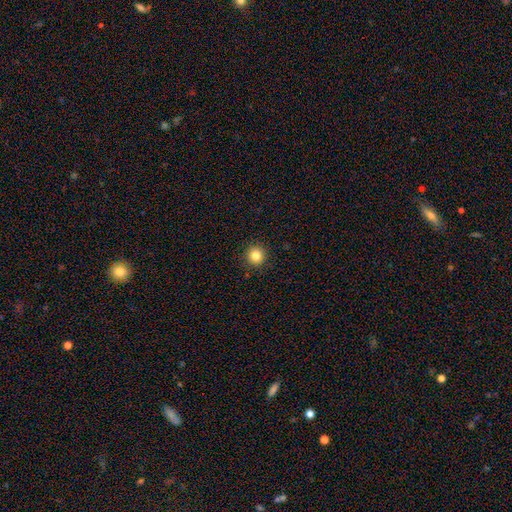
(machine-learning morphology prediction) Overall: smooth (83%). How rounded: round (95%). Merging: none (92%).